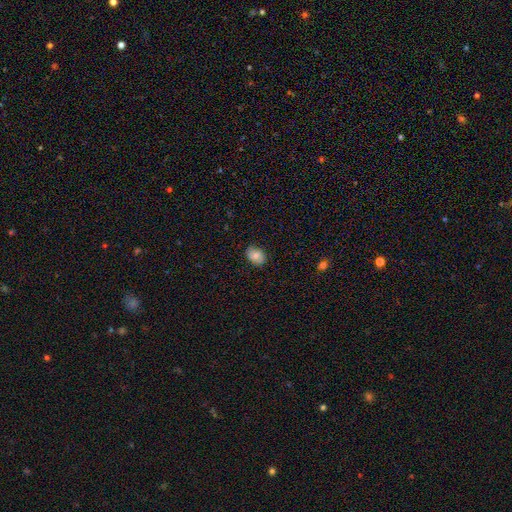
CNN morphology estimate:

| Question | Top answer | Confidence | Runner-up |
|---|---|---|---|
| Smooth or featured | smooth | 75% | featured or disk (17%) |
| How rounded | in between | 69% | round (30%) |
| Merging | none | 81% | minor disturbance (15%) |